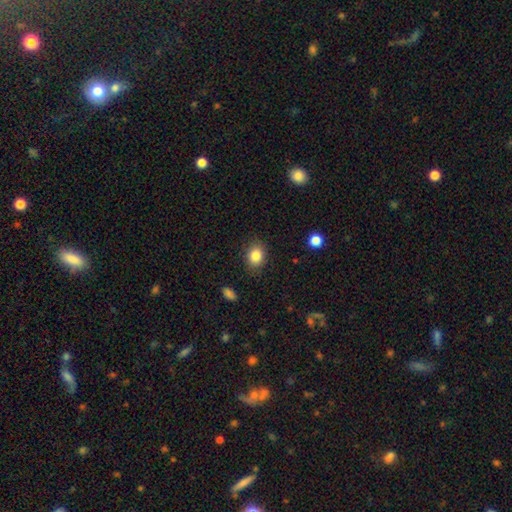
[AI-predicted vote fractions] This is clearly a smooth galaxy (85%). How rounded: possibly in between (52%). Merging: clearly none (85%).